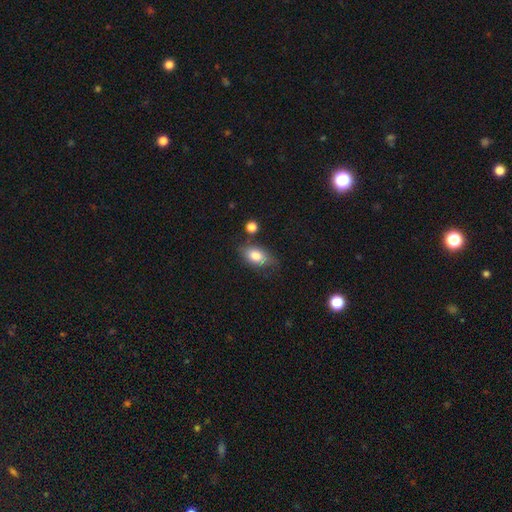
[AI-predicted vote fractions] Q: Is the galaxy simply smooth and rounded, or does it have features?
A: smooth — 79%.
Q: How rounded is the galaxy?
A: in between — 86%.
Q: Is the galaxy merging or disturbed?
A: none — 64%.